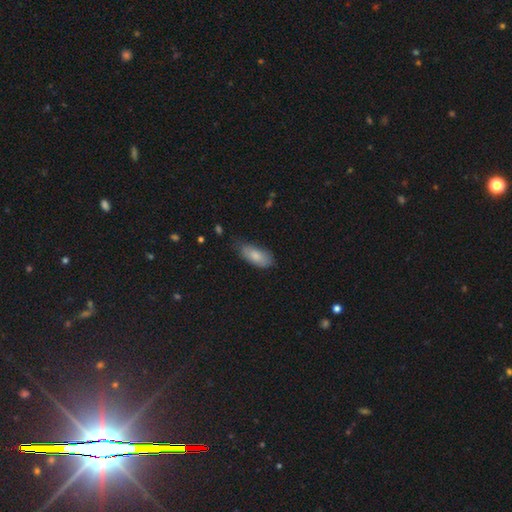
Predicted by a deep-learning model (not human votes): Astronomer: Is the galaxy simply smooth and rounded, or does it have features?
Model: smooth — 81%.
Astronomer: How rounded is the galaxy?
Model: in between — 88%.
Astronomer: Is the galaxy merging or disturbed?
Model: none — 59%.